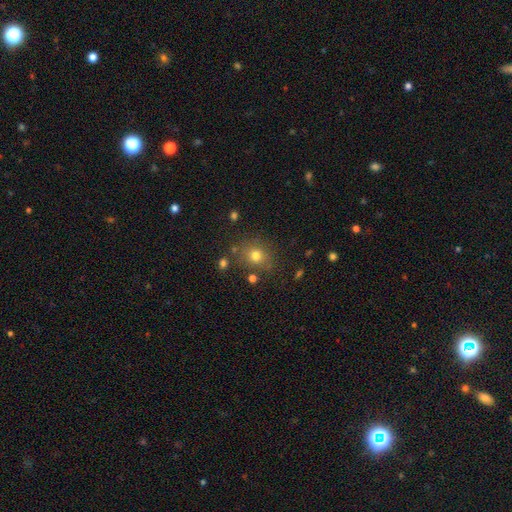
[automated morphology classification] smooth-or-featured: smooth: 75% | star or artifact: 16% | featured or disk: 10%
  how-rounded: round: 74% | in between: 25% | cigar-shaped: 1%
  merging: none: 79% | minor disturbance: 12% | merger: 5% | major disturbance: 4%